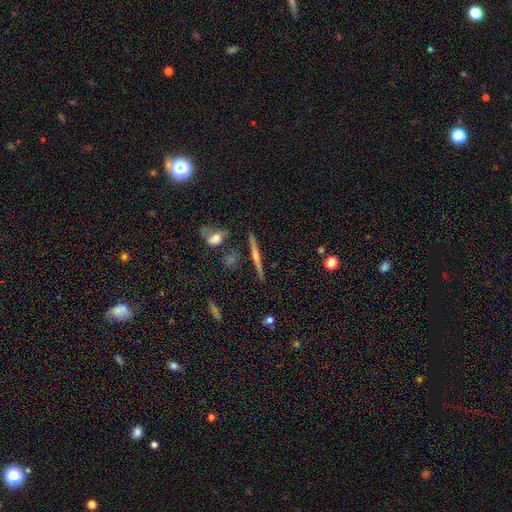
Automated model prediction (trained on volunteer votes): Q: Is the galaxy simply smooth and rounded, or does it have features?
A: featured or disk — 73%.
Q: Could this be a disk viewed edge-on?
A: yes — 97%.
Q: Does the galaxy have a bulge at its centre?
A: rounded — 79%.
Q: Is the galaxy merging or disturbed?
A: none — 86%.